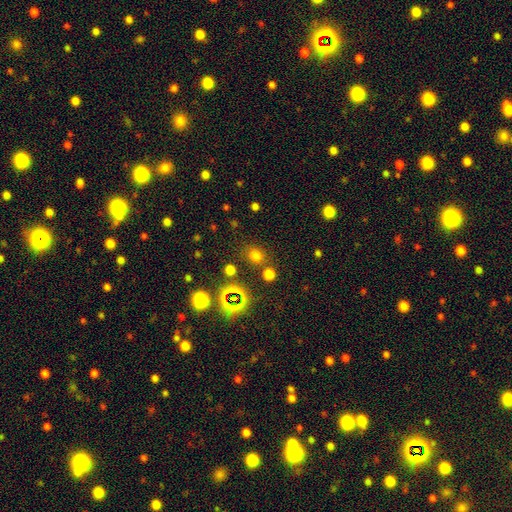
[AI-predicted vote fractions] Smooth or featured?
  - smooth: 66% *
  - star or artifact: 28%
  - featured or disk: 7%
How rounded?
  - round: 79% *
  - in between: 20%
  - cigar-shaped: 1%
Merging?
  - none: 77% *
  - minor disturbance: 10%
  - merger: 9%
  - major disturbance: 4%